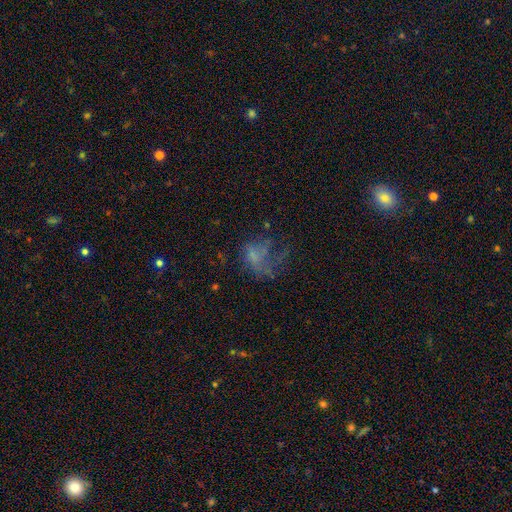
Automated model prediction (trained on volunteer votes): smooth_or_featured: featured or disk (p=0.44) [alt: smooth p=0.35]
merging: major disturbance (p=0.49) [alt: none p=0.30]